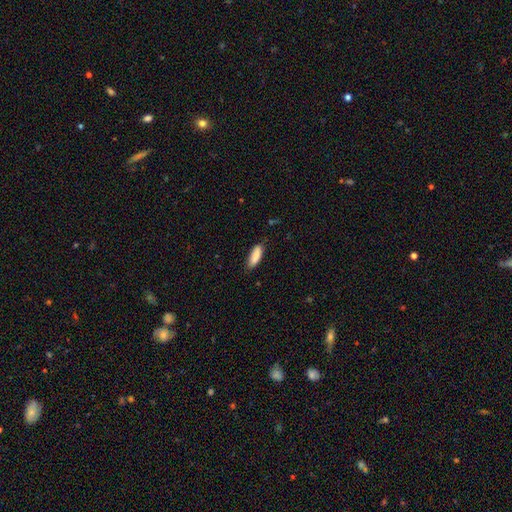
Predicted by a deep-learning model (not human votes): Smooth or featured?
  - smooth: 89% *
  - star or artifact: 6%
  - featured or disk: 5%
How rounded?
  - in between: 61% *
  - cigar-shaped: 37%
  - round: 2%
Merging?
  - none: 81% *
  - minor disturbance: 15%
  - major disturbance: 2%
  - merger: 1%